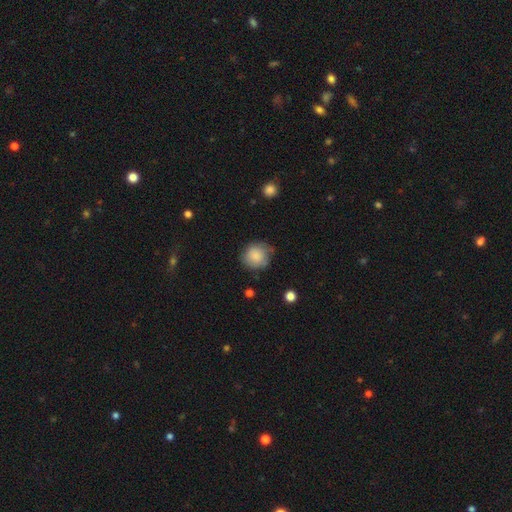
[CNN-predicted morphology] Smooth or featured? Predicted: smooth (p=0.84). How rounded? Predicted: round (p=0.87). Merging? Predicted: none (p=0.70).